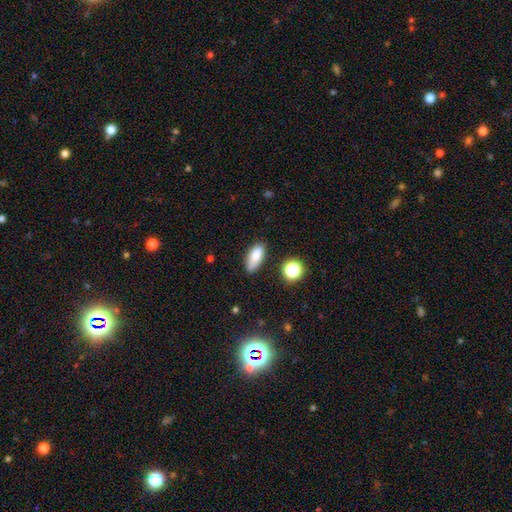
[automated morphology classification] A smooth galaxy with no disk features (82%) that is in between round and cigar-shaped (79%).

Vote fractions:
- Smooth or featured? smooth: 82% / star or artifact: 9% / featured or disk: 9%
- How rounded? in between: 79% / cigar-shaped: 16% / round: 4%
- Merging? none: 71% / minor disturbance: 21% / major disturbance: 4% / merger: 4%